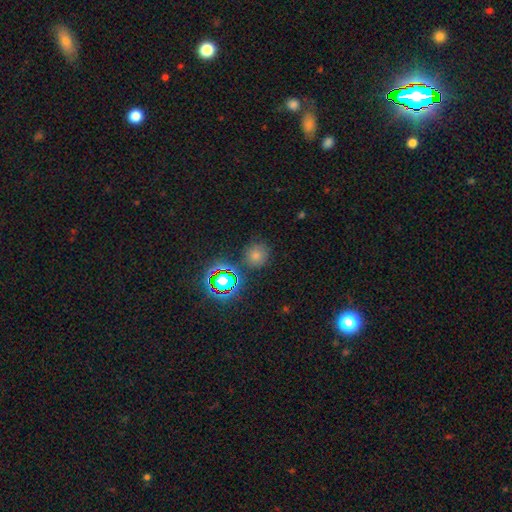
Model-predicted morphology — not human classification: Overall: smooth (56%; star or artifact 36%). How rounded: round (92%). Merging: none (85%).